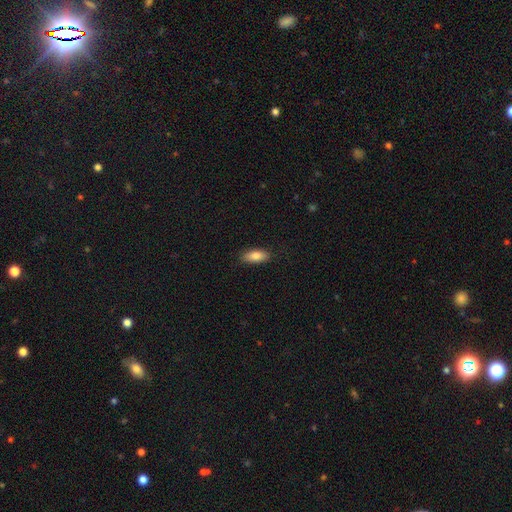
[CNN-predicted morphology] This is clearly a smooth galaxy (83%). How rounded: clearly in between (81%). Merging: clearly none (85%).